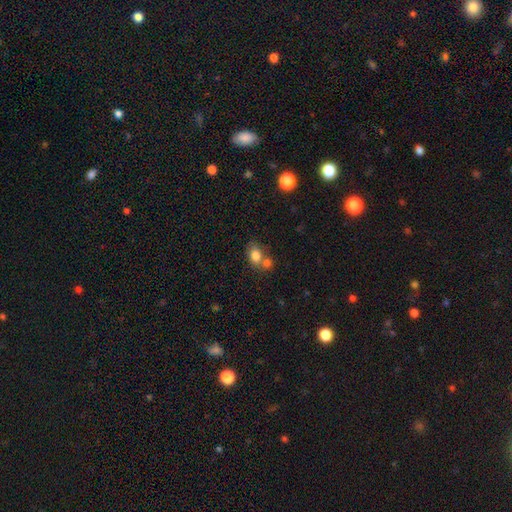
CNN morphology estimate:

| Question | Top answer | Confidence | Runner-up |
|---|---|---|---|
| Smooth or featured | smooth | 80% | featured or disk (11%) |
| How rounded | in between | 64% | round (35%) |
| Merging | merger | 43% | none (41%) |